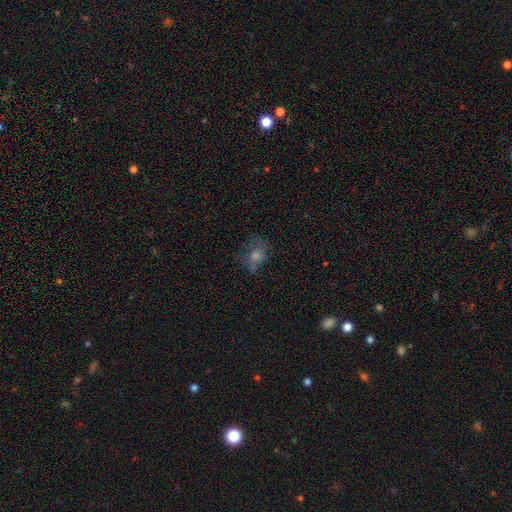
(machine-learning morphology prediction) Smooth or featured: smooth — 46% (featured or disk — 30%)
Merging: none — 54% (minor disturbance — 23%)